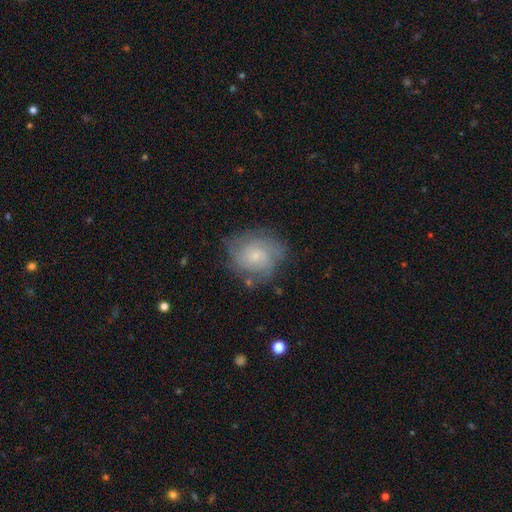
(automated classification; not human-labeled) Smooth or featured?
  - featured or disk: 63% *
  - smooth: 28%
  - star or artifact: 8%
Edge-on disk?
  - no: 97% *
  - yes: 3%
Bar?
  - no: 74% *
  - weak: 23%
  - strong: 3%
Spiral arms?
  - yes: 87% *
  - no: 13%
Spiral winding?
  - tight: 56% *
  - medium: 33%
  - loose: 11%
Spiral arm count?
  - can't tell: 44% *
  - 2: 20%
  - 3: 16%
  - 4: 10%
  - 1: 5%
  - more than 4: 5%
Bulge size?
  - small: 74% *
  - moderate: 19%
  - none: 5%
  - large: 2%
  - dominant: 1%
Merging?
  - none: 69% *
  - minor disturbance: 20%
  - major disturbance: 9%
  - merger: 2%